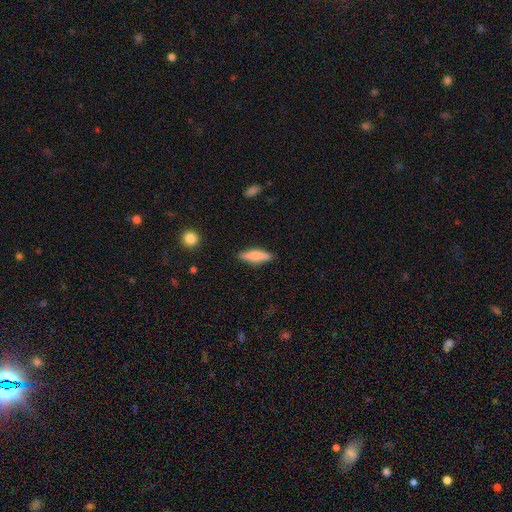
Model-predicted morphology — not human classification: This appears to be a smooth galaxy with no disk features (66%) that is cigar-shaped (67%). Merging: none (87%).